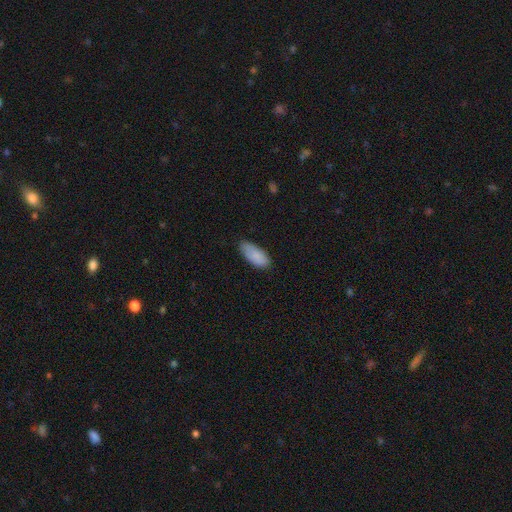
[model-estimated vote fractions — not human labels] This appears to be a smooth galaxy with no disk features (87%) that is in between round and cigar-shaped (89%). Merging: none (70%).